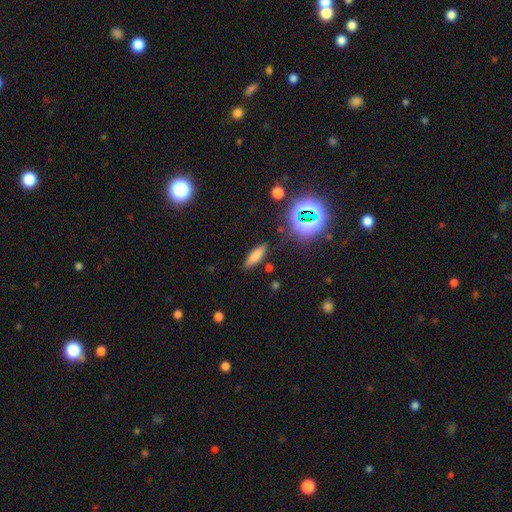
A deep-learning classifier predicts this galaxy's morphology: Smooth or featured? smooth (73%)
How rounded? in between (49%)
Merging? none (83%)